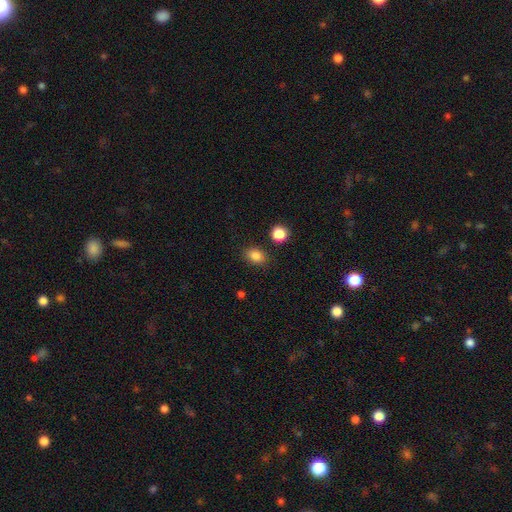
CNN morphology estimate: Smooth or featured: smooth — 85% (star or artifact — 10%)
How rounded: in between — 64% (round — 34%)
Merging: none — 83% (minor disturbance — 10%)